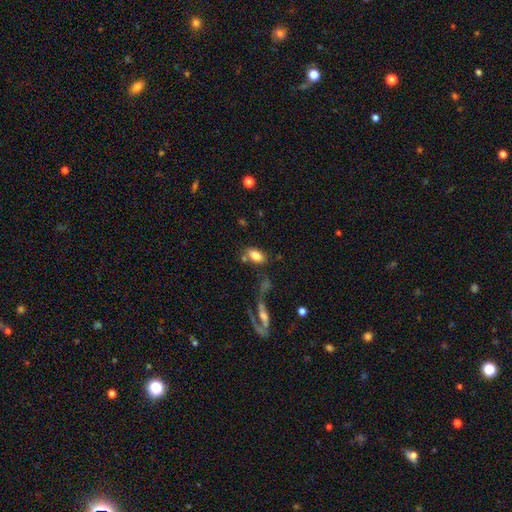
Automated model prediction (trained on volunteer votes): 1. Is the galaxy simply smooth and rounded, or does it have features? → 80% smooth, 12% featured or disk, 8% star or artifact.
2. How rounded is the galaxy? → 91% in between, 5% round, 4% cigar-shaped.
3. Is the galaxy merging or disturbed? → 66% none, 13% merger, 13% minor disturbance, 7% major disturbance.